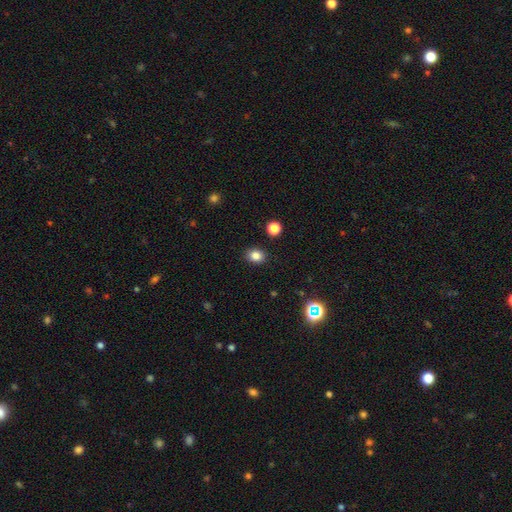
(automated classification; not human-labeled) This is clearly a smooth galaxy (83%). How rounded: possibly round (53%). Merging: clearly none (89%).